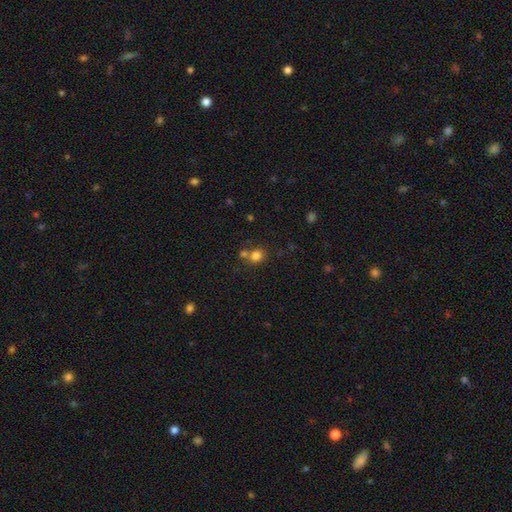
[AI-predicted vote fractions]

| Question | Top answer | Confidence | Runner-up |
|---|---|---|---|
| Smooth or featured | smooth | 79% | star or artifact (13%) |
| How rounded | round | 77% | in between (22%) |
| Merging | none | 55% | merger (33%) |